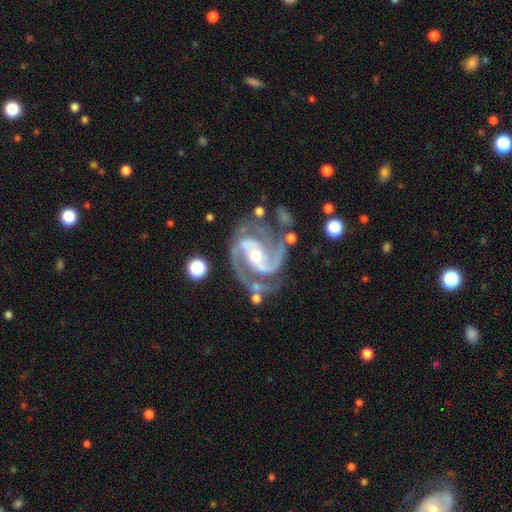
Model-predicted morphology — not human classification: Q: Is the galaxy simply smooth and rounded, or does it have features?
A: featured or disk — 93%.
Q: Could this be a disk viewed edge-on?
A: no — 98%.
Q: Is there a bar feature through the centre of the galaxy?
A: weak — 37%.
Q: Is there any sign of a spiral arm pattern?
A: yes — 99%.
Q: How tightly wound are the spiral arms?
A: medium — 58%.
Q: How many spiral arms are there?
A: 2 — 72%.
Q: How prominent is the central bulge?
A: moderate — 56%.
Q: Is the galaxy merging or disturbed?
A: none — 64%.